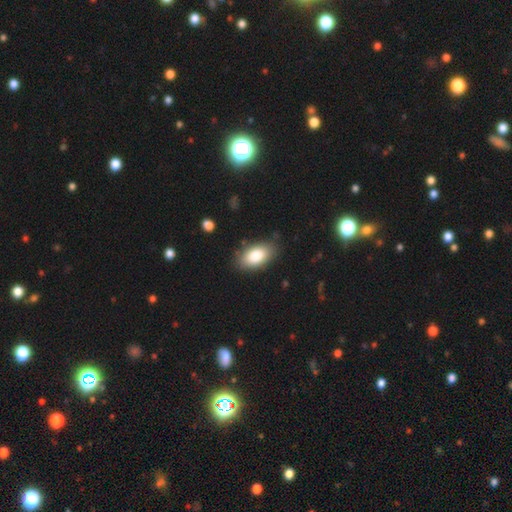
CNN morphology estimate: Smooth or featured?
  - smooth: 83% *
  - featured or disk: 10%
  - star or artifact: 7%
How rounded?
  - in between: 93% *
  - round: 4%
  - cigar-shaped: 3%
Merging?
  - none: 83% *
  - minor disturbance: 12%
  - major disturbance: 3%
  - merger: 2%